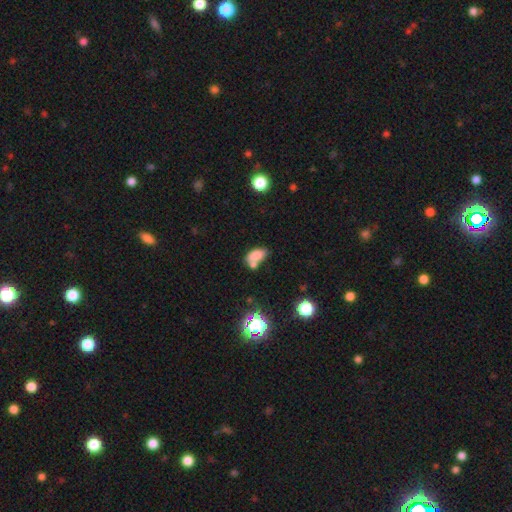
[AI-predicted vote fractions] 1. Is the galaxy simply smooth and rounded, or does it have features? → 76% smooth, 12% star or artifact, 12% featured or disk.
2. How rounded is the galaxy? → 88% in between, 7% round, 5% cigar-shaped.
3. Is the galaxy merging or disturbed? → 40% merger, 39% none, 15% minor disturbance, 7% major disturbance.